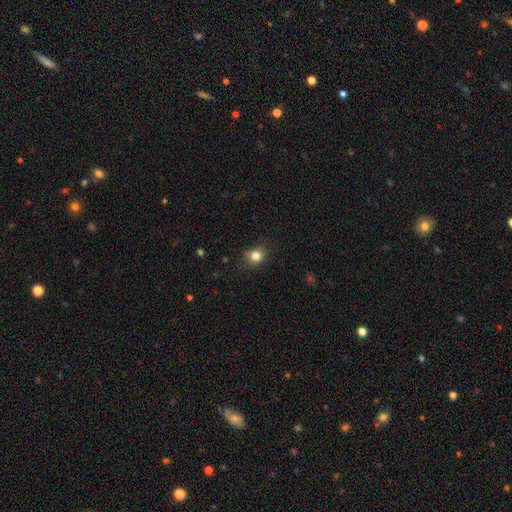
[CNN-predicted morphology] Smooth or featured? Predicted: smooth (p=0.82). How rounded? Predicted: round (p=0.67). Merging? Predicted: none (p=0.80).